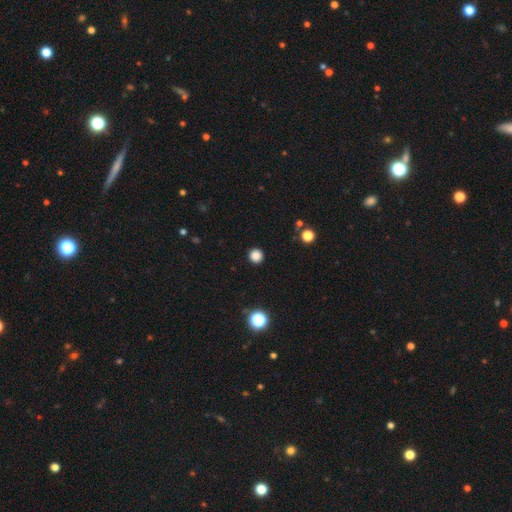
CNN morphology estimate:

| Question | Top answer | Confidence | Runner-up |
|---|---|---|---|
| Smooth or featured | smooth | 84% | star or artifact (13%) |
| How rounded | round | 95% | in between (4%) |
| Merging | none | 93% | minor disturbance (4%) |